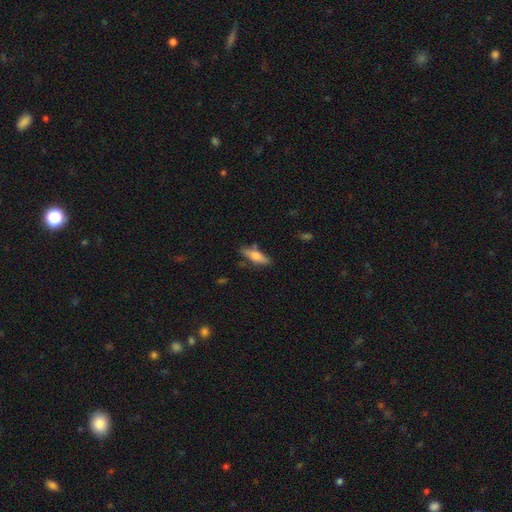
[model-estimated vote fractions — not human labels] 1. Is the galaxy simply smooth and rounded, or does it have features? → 63% smooth, 31% featured or disk, 7% star or artifact.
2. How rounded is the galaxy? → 55% cigar-shaped, 43% in between, 2% round.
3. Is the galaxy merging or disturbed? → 75% none, 17% minor disturbance, 5% merger, 4% major disturbance.